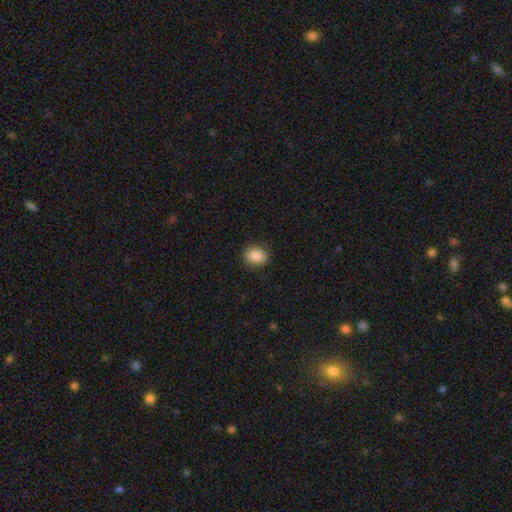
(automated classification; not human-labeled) Smooth or featured: smooth — 87% (star or artifact — 8%)
How rounded: round — 52% (in between — 47%)
Merging: none — 86% (minor disturbance — 10%)